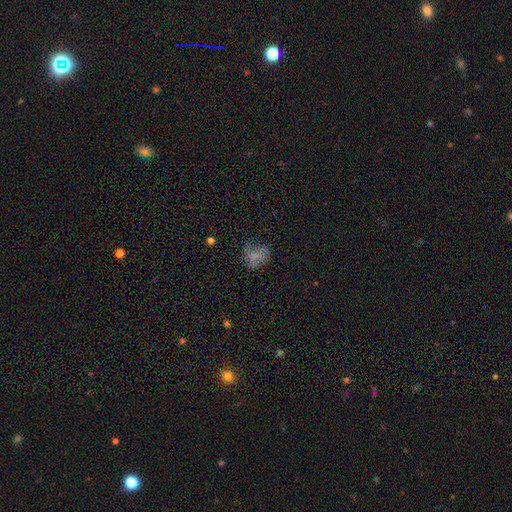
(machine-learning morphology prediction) Smooth or featured? Predicted: smooth (p=0.59). How rounded? Predicted: in between (p=0.54). Merging? Predicted: none (p=0.46).